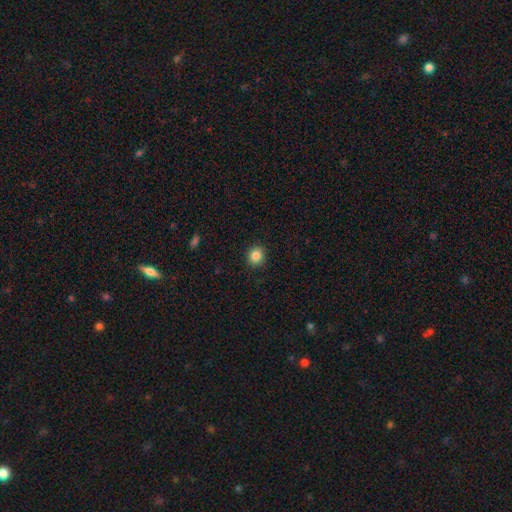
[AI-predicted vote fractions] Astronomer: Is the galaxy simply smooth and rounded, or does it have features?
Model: smooth — 85%.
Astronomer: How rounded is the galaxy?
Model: round — 87%.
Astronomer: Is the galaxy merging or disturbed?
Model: none — 91%.